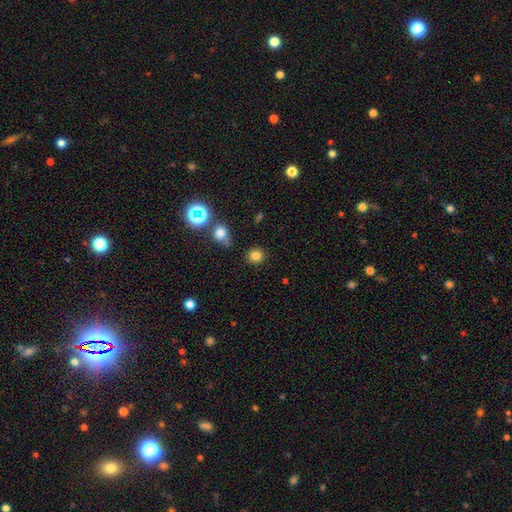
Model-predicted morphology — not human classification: smooth-or-featured: smooth: 80% | star or artifact: 15% | featured or disk: 6%
  how-rounded: round: 87% | in between: 12% | cigar-shaped: 1%
  merging: none: 83% | minor disturbance: 10% | merger: 4% | major disturbance: 3%